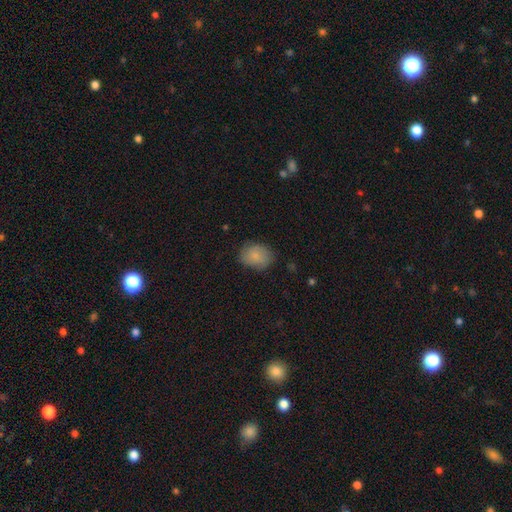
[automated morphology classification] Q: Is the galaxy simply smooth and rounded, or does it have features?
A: smooth — 81%.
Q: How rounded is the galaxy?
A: in between — 53%.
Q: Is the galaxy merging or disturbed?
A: none — 76%.